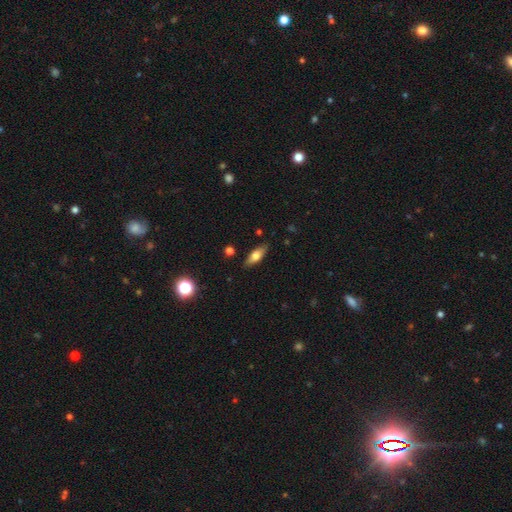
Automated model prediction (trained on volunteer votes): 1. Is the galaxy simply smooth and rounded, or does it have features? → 60% smooth, 33% featured or disk, 8% star or artifact.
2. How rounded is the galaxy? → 62% in between, 34% cigar-shaped, 4% round.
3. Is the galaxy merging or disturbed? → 86% none, 10% minor disturbance, 2% major disturbance, 2% merger.